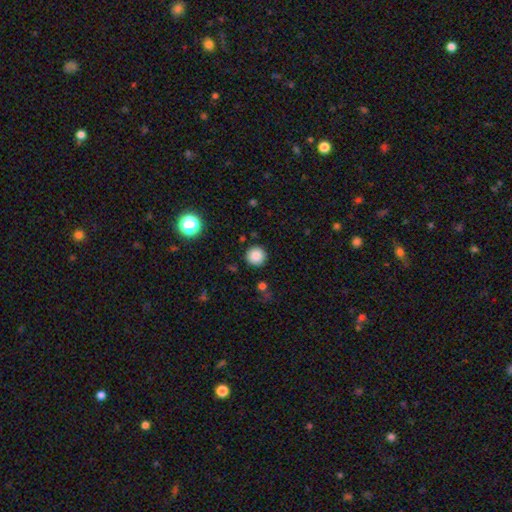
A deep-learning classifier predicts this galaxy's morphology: smooth 86%, star or artifact 11%, featured or disk 4%. Down the decision tree: how rounded — round (95%); merging — none (90%).